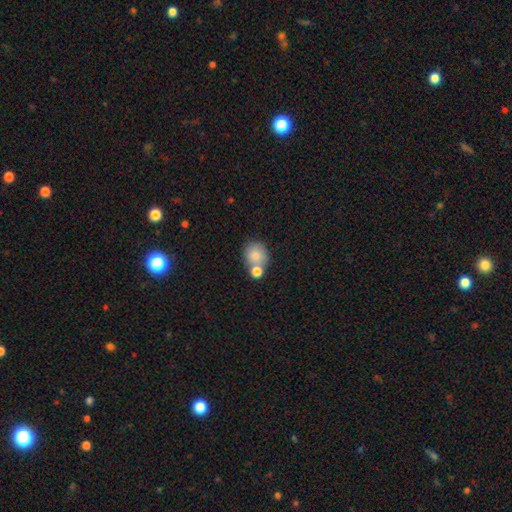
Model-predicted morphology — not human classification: The model was most divided on "merging": none: 52%, merger: 33%, minor disturbance: 11%, major disturbance: 4%. More confident: smooth or featured — smooth (81%); how rounded — round (76%).